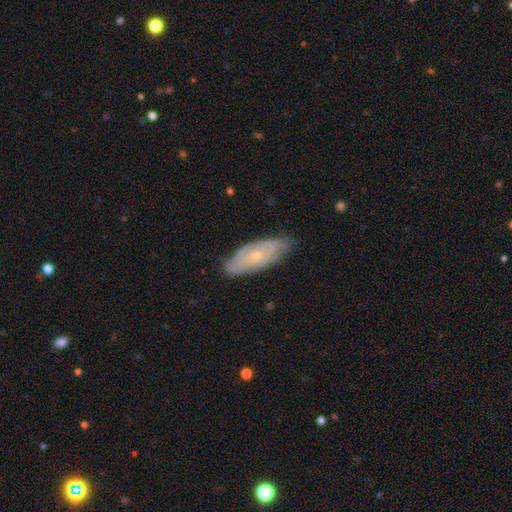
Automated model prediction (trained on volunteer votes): Morphology: type=featured or disk (57%); edge-on=no (80%); merging=none (75%).